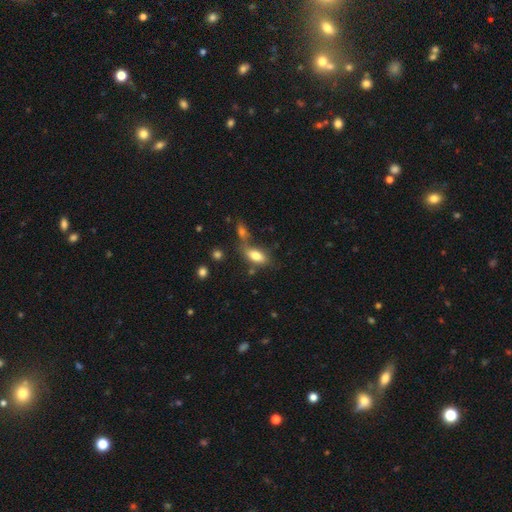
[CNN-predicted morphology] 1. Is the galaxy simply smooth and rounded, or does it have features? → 77% smooth, 15% featured or disk, 8% star or artifact.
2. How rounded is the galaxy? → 84% in between, 13% cigar-shaped, 3% round.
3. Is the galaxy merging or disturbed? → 55% none, 24% merger, 15% minor disturbance, 6% major disturbance.